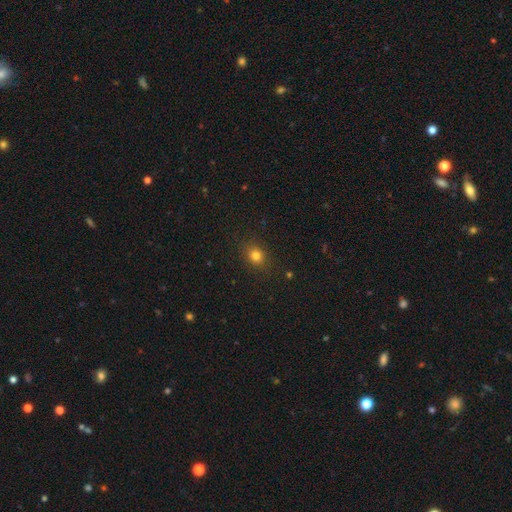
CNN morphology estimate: This is likely a smooth galaxy (80%). How rounded: likely round (66%). Merging: clearly none (88%).